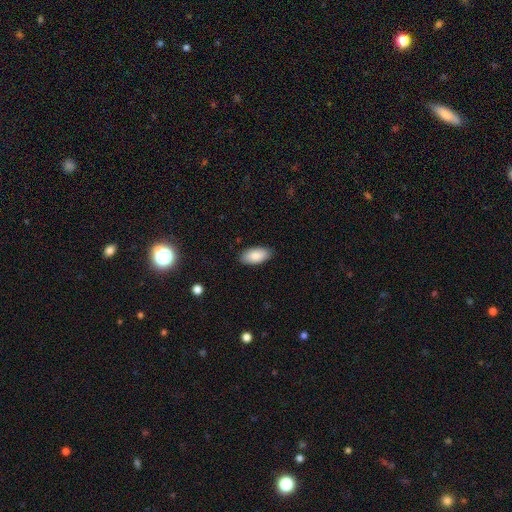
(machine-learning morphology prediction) smooth_or_featured: smooth (p=0.87) [alt: featured or disk p=0.07]
how_rounded: in between (p=0.94) [alt: cigar-shaped p=0.03]
merging: none (p=0.87) [alt: minor disturbance p=0.10]